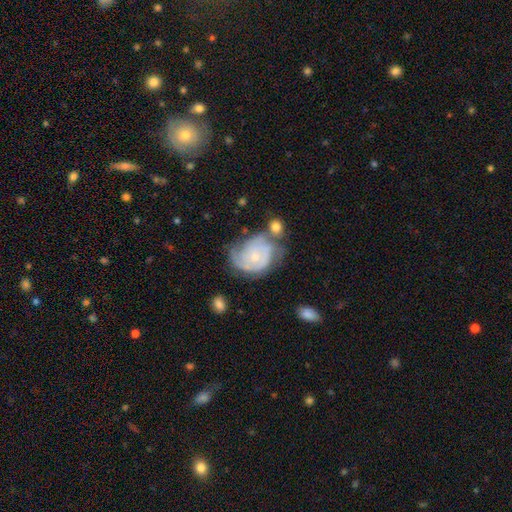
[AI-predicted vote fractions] Smooth or featured?
  - featured or disk: 78% *
  - smooth: 16%
  - star or artifact: 6%
Edge-on disk?
  - no: 98% *
  - yes: 2%
Bar?
  - no: 76% *
  - weak: 21%
  - strong: 3%
Spiral arms?
  - yes: 91% *
  - no: 9%
Spiral winding?
  - tight: 61% *
  - medium: 29%
  - loose: 9%
Spiral arm count?
  - 2: 32% *
  - can't tell: 30%
  - 3: 20%
  - 1: 9%
  - 4: 4%
  - more than 4: 4%
Bulge size?
  - small: 67% *
  - moderate: 29%
  - none: 2%
  - large: 1%
  - dominant: 1%
Merging?
  - none: 44% *
  - minor disturbance: 26%
  - major disturbance: 16%
  - merger: 14%